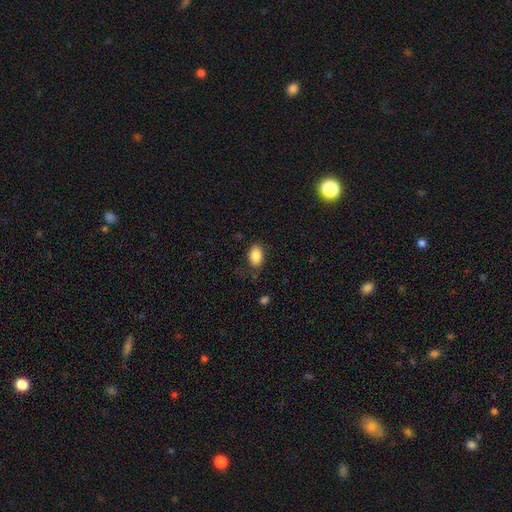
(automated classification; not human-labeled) Smooth or featured? smooth (86%)
How rounded? in between (86%)
Merging? none (75%)